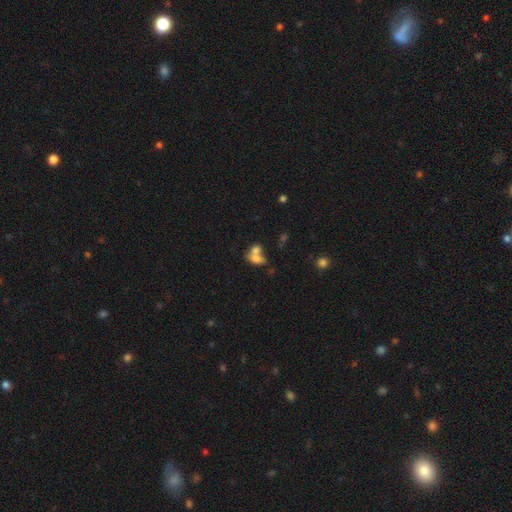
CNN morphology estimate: This appears to be a smooth galaxy with no disk features (68%) that is in between round and cigar-shaped (72%). Merging: merger (65%).